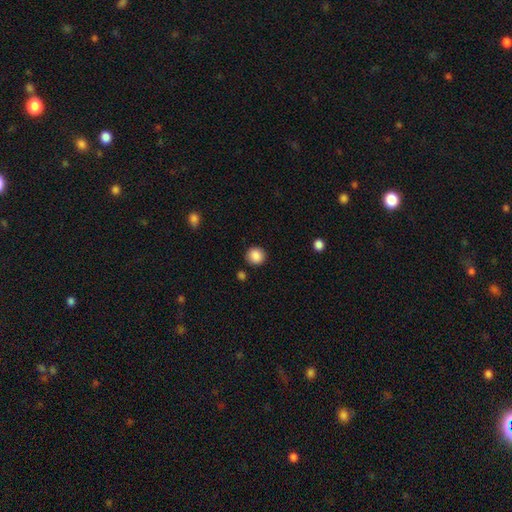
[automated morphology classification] The model was most divided on "smooth or featured": smooth: 88%, star or artifact: 9%, featured or disk: 3%. More confident: how rounded — round (91%); merging — none (89%).